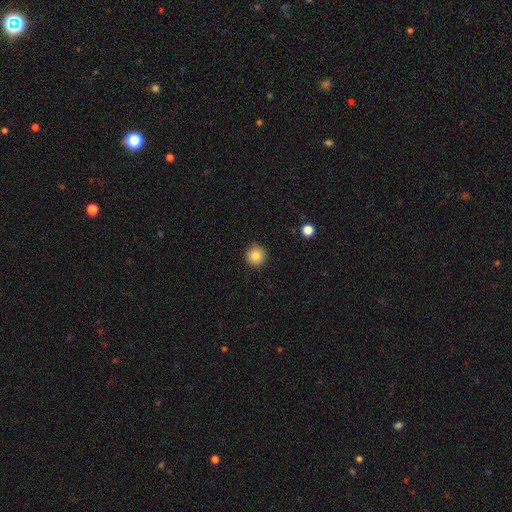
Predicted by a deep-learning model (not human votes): Smooth or featured?
  - smooth: 84% *
  - star or artifact: 10%
  - featured or disk: 6%
How rounded?
  - round: 94% *
  - in between: 5%
  - cigar-shaped: 1%
Merging?
  - none: 87% *
  - minor disturbance: 9%
  - major disturbance: 2%
  - merger: 1%